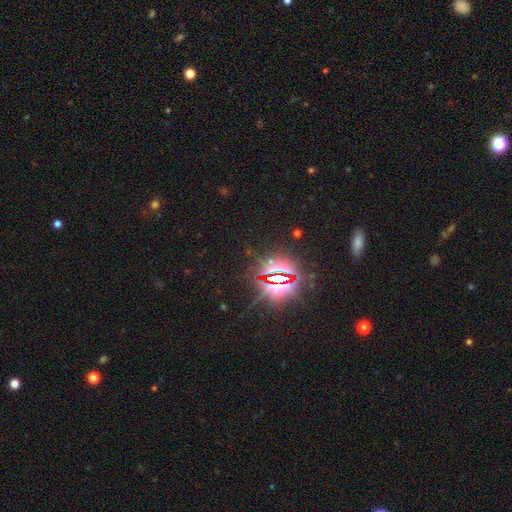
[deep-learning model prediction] The model was most divided on "smooth or featured": star or artifact: 84%, smooth: 9%, featured or disk: 7%.